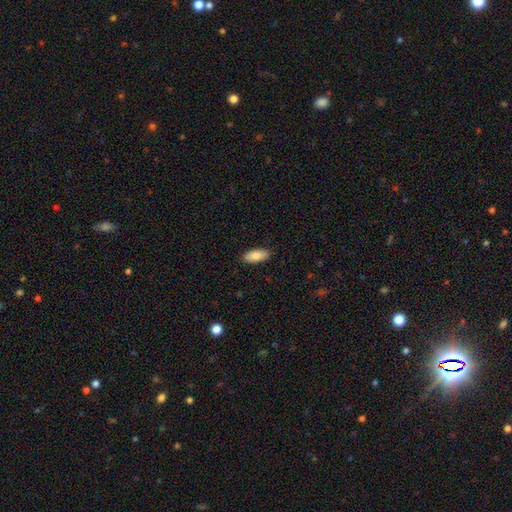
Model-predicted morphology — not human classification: Q: Smooth or featured?
A: smooth (84%); runner-up: featured or disk (10%)
Q: How rounded?
A: in between (88%); runner-up: cigar-shaped (10%)
Q: Merging?
A: none (89%); runner-up: minor disturbance (9%)